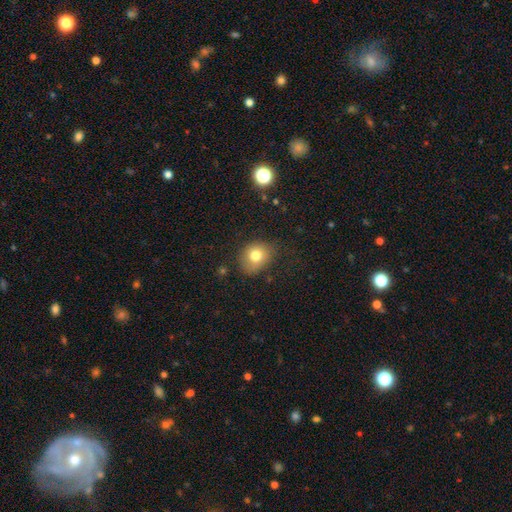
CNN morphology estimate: Q: Smooth or featured?
A: smooth (76%); runner-up: featured or disk (12%)
Q: How rounded?
A: round (62%); runner-up: in between (37%)
Q: Merging?
A: none (69%); runner-up: minor disturbance (22%)